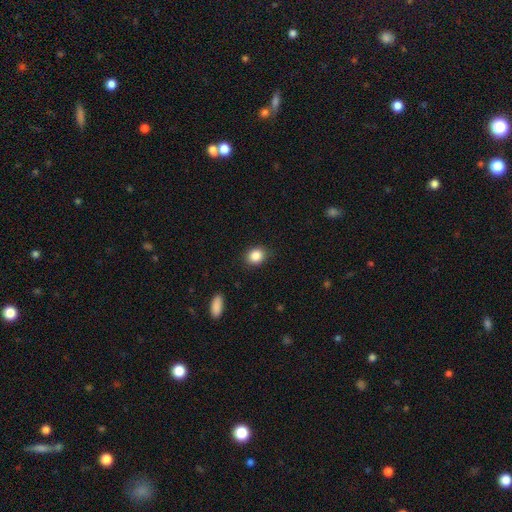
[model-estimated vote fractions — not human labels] Smooth or featured? Predicted: smooth (p=0.86). How rounded? Predicted: round (p=0.58). Merging? Predicted: none (p=0.87).